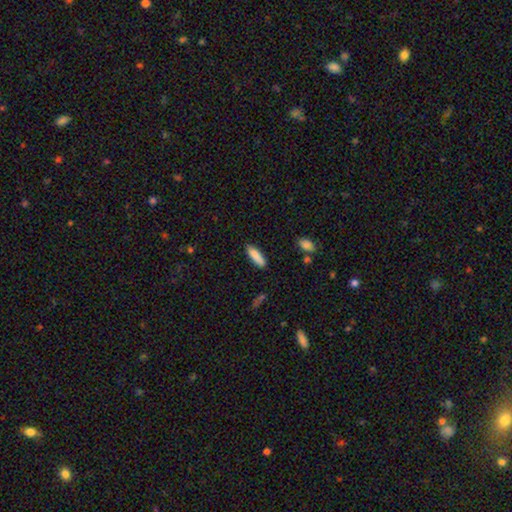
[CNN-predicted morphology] smooth 87%, featured or disk 7%, star or artifact 6%. Down the decision tree: how rounded — cigar-shaped (58%); merging — none (85%).